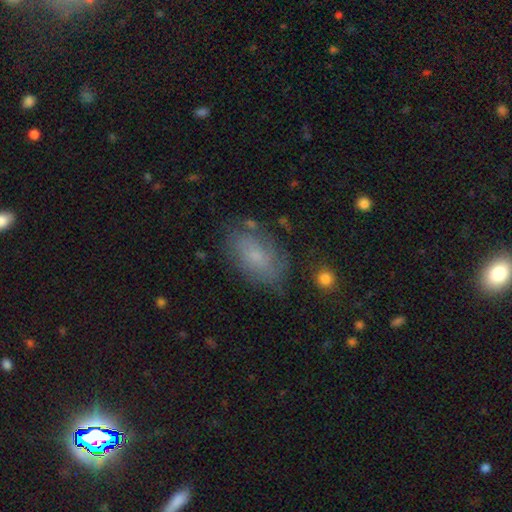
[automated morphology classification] smooth-or-featured: smooth: 55% | featured or disk: 34% | star or artifact: 10%
  how-rounded: in between: 89% | round: 8% | cigar-shaped: 3%
  merging: none: 68% | minor disturbance: 22% | major disturbance: 8% | merger: 2%